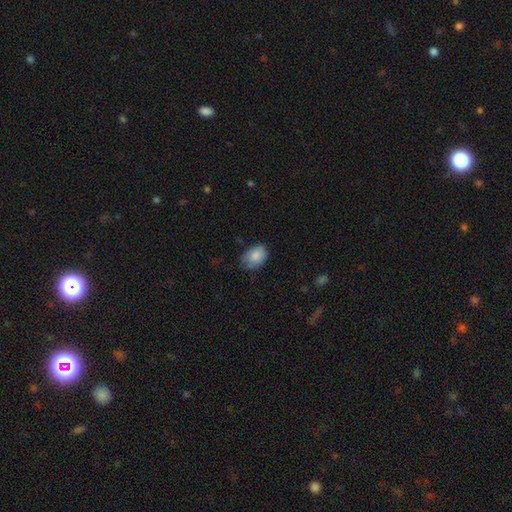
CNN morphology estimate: type=smooth (85%); roundness=in between (81%); merging=none (61%).